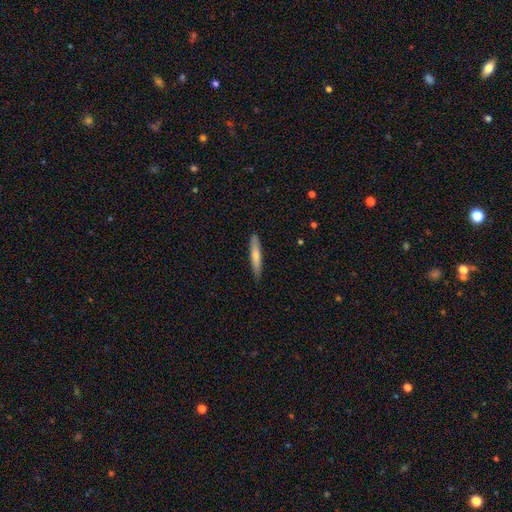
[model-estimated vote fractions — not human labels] A smooth galaxy with no disk features (66%) that is cigar-shaped (91%). Merging: none (87%).